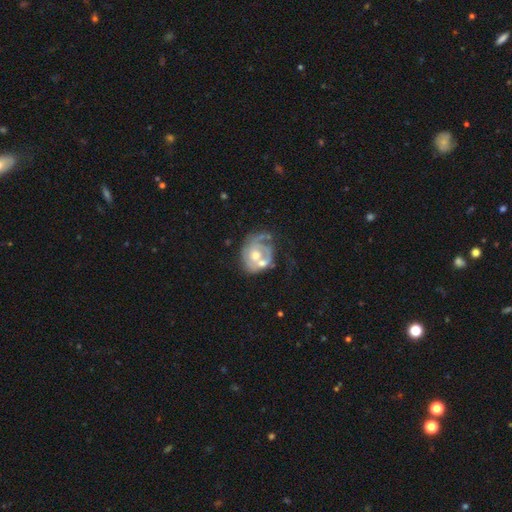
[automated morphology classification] A featured or disk galaxy (75%) with no bar (79%), spiral arms (66%) and a moderate central bulge (69%).

Vote fractions:
- Smooth or featured? featured or disk: 75% / smooth: 19% / star or artifact: 6%
- Edge-on disk? no: 97% / yes: 3%
- Bar? no: 79% / weak: 17% / strong: 4%
- Spiral arms? yes: 66% / no: 34%
- Bulge size? moderate: 69% / small: 22% / large: 6% / none: 2% / dominant: 1%
- Merging? none: 32% / merger: 28% / minor disturbance: 20% / major disturbance: 20%